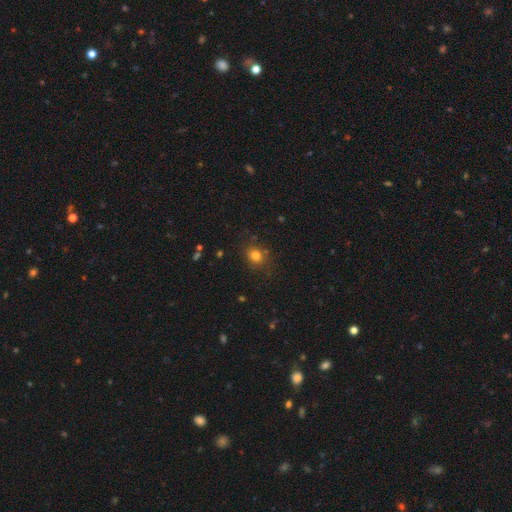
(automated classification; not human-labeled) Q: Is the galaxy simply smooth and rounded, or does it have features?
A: smooth — 79%.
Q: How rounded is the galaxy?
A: round — 70%.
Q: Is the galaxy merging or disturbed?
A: none — 82%.